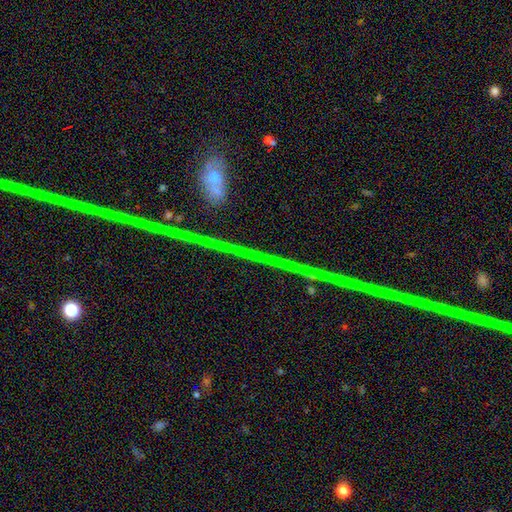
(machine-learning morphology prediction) Smooth or featured: star or artifact — 76% (featured or disk — 15%)